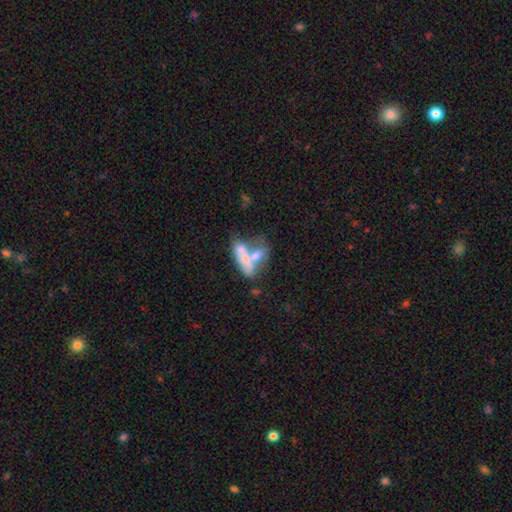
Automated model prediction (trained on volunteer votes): The model was most divided on "smooth or featured": smooth: 53%, featured or disk: 37%, star or artifact: 9%. More confident: how rounded — in between (68%); merging — merger (66%).